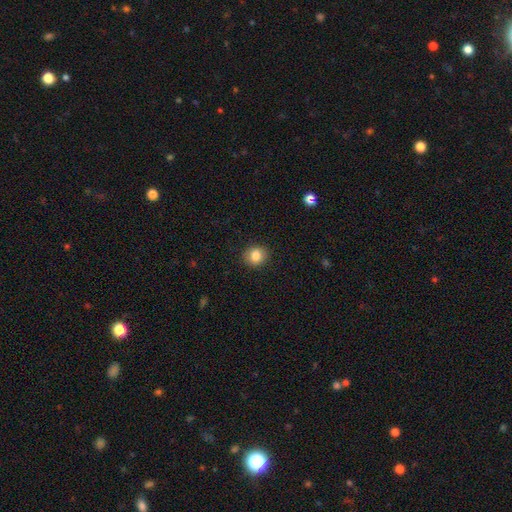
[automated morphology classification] Q: Smooth or featured?
A: smooth (84%); runner-up: star or artifact (10%)
Q: How rounded?
A: round (79%); runner-up: in between (20%)
Q: Merging?
A: none (90%); runner-up: minor disturbance (7%)